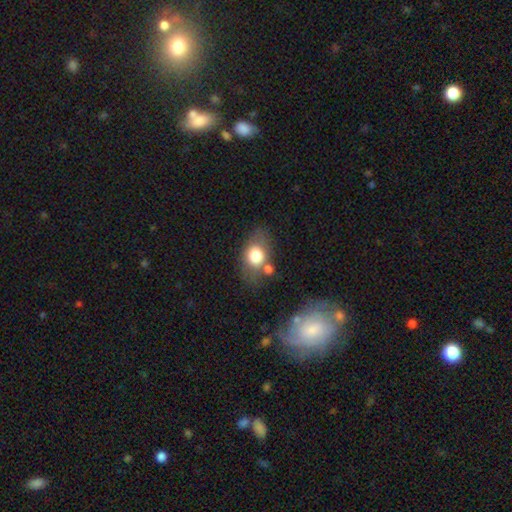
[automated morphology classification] smooth-or-featured: smooth: 73% | featured or disk: 18% | star or artifact: 9%
  how-rounded: in between: 65% | round: 33% | cigar-shaped: 2%
  merging: none: 55% | minor disturbance: 19% | merger: 18% | major disturbance: 8%